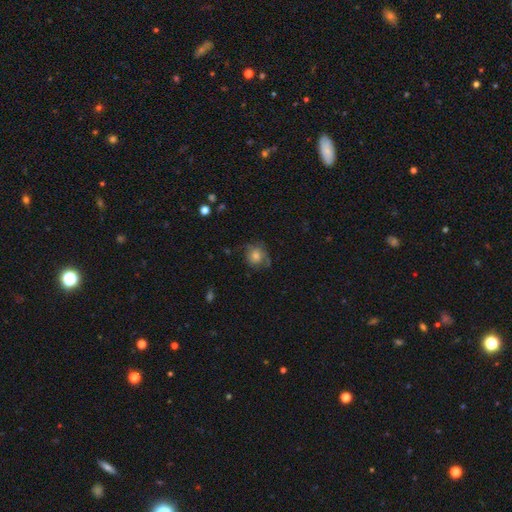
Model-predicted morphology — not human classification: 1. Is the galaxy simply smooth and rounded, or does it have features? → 56% smooth, 32% featured or disk, 12% star or artifact.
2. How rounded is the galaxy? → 81% round, 18% in between, 1% cigar-shaped.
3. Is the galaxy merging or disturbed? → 61% none, 24% minor disturbance, 13% major disturbance, 2% merger.